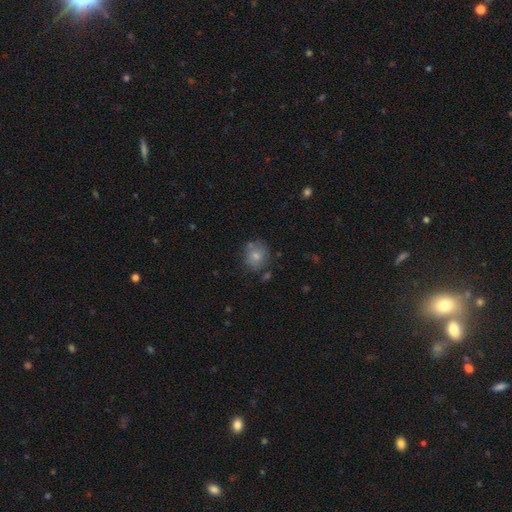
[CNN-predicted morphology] type=smooth (76%); roundness=round (77%); merging=none (70%).